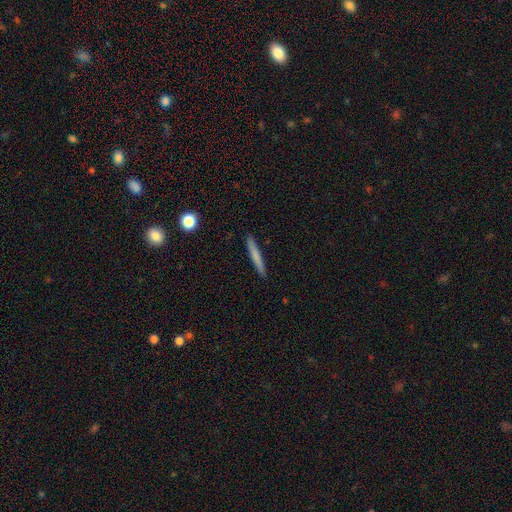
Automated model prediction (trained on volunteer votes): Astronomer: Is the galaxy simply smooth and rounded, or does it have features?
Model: smooth — 73%.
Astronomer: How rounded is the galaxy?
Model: cigar-shaped — 96%.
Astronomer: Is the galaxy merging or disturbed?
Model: none — 91%.